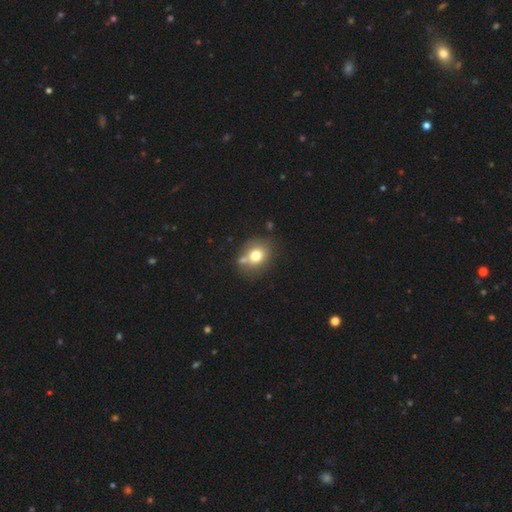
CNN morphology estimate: This is likely a smooth galaxy (73%). How rounded: likely round (63%). Merging: possibly none (58%).